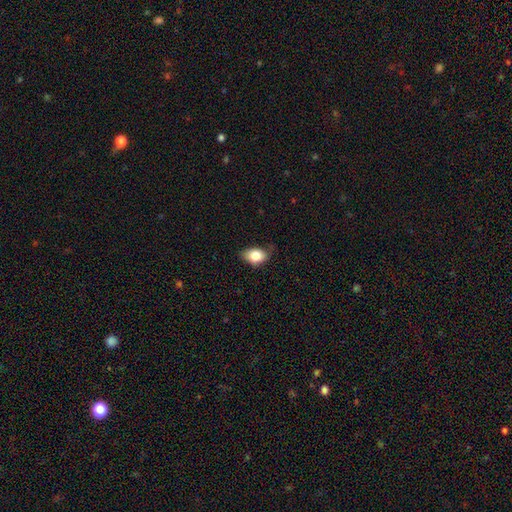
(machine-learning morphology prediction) A smooth galaxy with no disk features (82%) that is in between round and cigar-shaped (81%).

Vote fractions:
- Smooth or featured? smooth: 82% / featured or disk: 10% / star or artifact: 8%
- How rounded? in between: 81% / round: 17% / cigar-shaped: 2%
- Merging? none: 59% / minor disturbance: 32% / major disturbance: 7% / merger: 1%